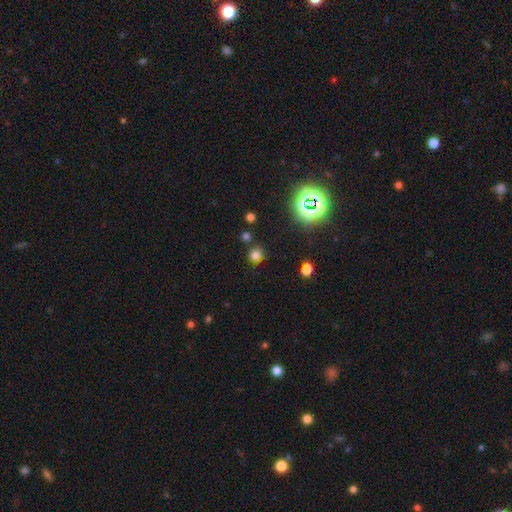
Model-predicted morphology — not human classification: smooth-or-featured: smooth: 68% | star or artifact: 26% | featured or disk: 6%
  how-rounded: round: 85% | in between: 14% | cigar-shaped: 1%
  merging: none: 75% | minor disturbance: 12% | merger: 9% | major disturbance: 4%